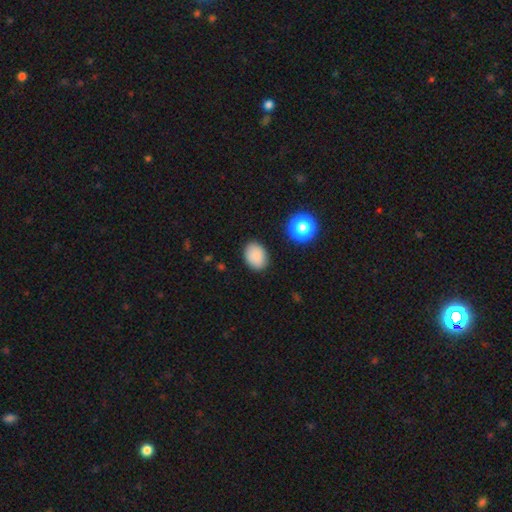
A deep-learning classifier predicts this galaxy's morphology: Smooth or featured? Predicted: smooth (p=0.85). How rounded? Predicted: in between (p=0.68). Merging? Predicted: none (p=0.86).